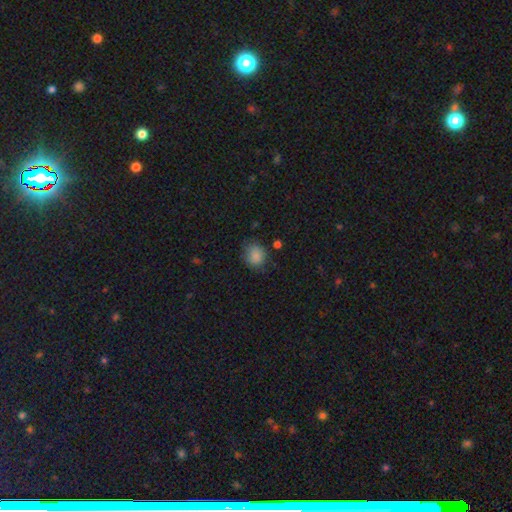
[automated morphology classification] A smooth galaxy with no disk features (84%) that is round (69%).

Vote fractions:
- Smooth or featured? smooth: 84% / star or artifact: 10% / featured or disk: 5%
- How rounded? round: 69% / in between: 30% / cigar-shaped: 1%
- Merging? none: 71% / minor disturbance: 21% / major disturbance: 6% / merger: 2%